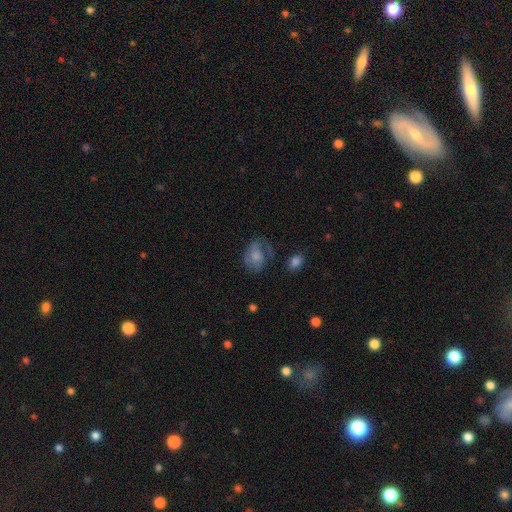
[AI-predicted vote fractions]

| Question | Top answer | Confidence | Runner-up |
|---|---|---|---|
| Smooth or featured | smooth | 51% | featured or disk (40%) |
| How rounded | in between | 60% | round (39%) |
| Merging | none | 46% | major disturbance (25%) |